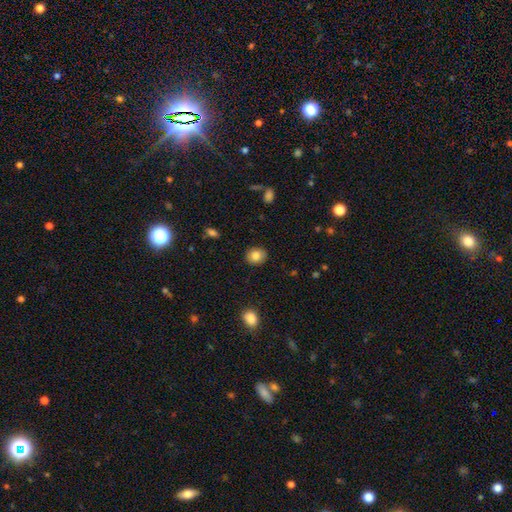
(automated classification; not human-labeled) Smooth or featured? smooth (84%)
How rounded? round (65%)
Merging? none (90%)